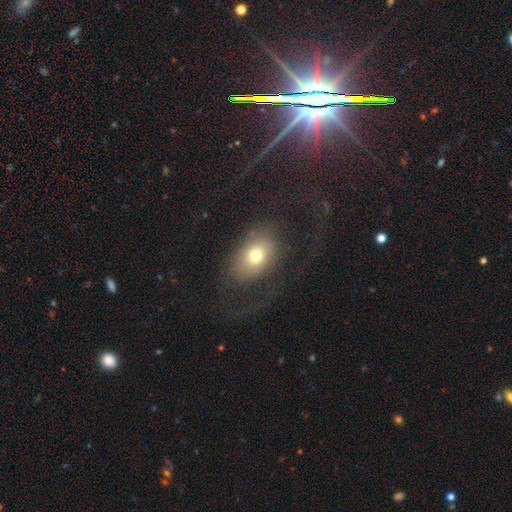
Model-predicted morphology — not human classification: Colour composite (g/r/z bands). It shows a smooth galaxy with no disk features (71%) that is in between round and cigar-shaped (77%). Merging: none (58%).